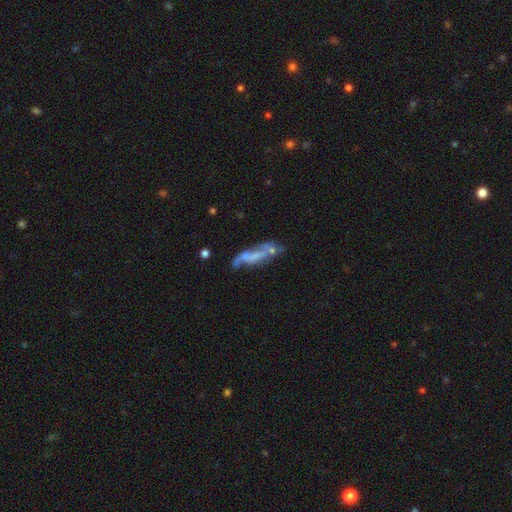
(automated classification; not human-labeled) Smooth or featured? Predicted: featured or disk (p=0.59). Edge-on disk? Predicted: no (p=0.72). Merging? Predicted: none (p=0.39).